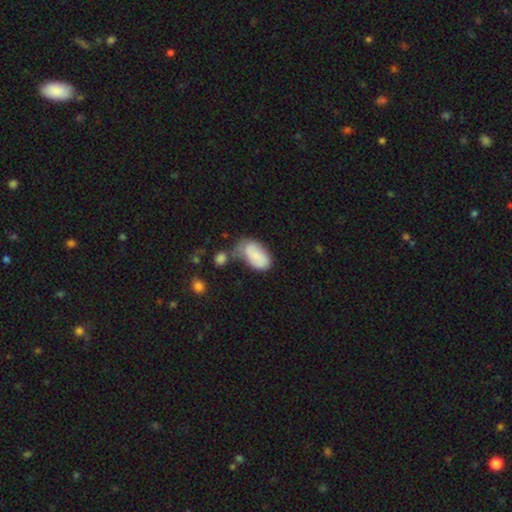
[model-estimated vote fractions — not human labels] Morphology: type=smooth (75%); roundness=in between (94%); merging=none (36%).